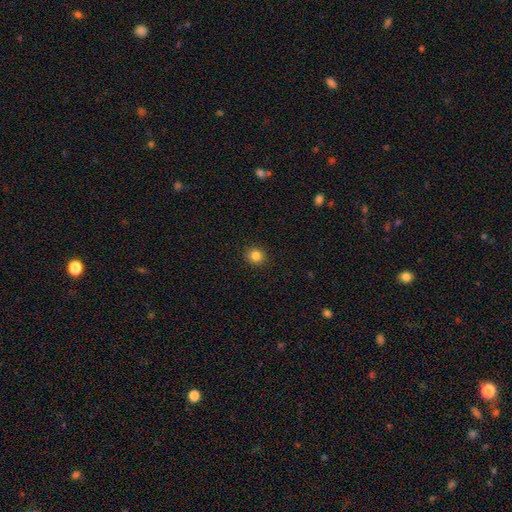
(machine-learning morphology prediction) Smooth or featured? smooth (83%)
How rounded? round (83%)
Merging? none (91%)